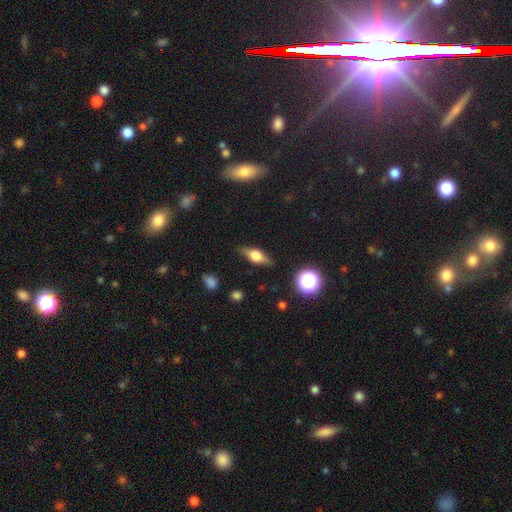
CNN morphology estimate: This is possibly a featured or disk galaxy (52%). It is clearly viewed edge-on (92%). Merging: clearly none (84%).